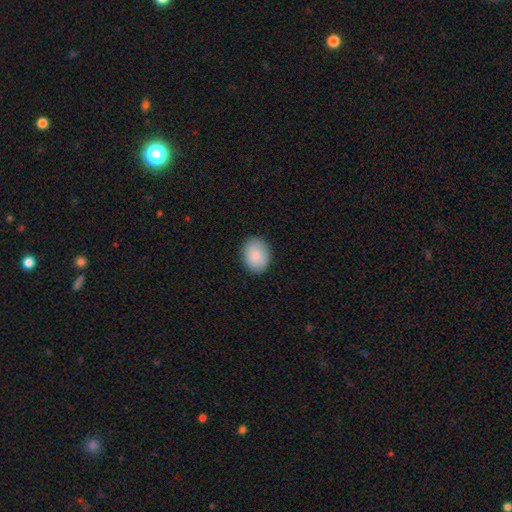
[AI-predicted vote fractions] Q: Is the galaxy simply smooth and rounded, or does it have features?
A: smooth — 86%.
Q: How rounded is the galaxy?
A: in between — 52%.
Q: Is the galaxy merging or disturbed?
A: none — 88%.